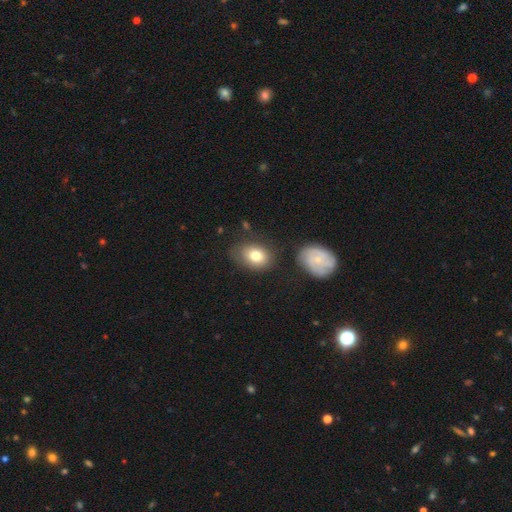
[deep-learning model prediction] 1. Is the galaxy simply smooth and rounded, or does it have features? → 78% smooth, 14% featured or disk, 8% star or artifact.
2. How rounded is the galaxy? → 63% in between, 36% round, 1% cigar-shaped.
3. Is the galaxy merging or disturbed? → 69% none, 19% minor disturbance, 6% merger, 6% major disturbance.